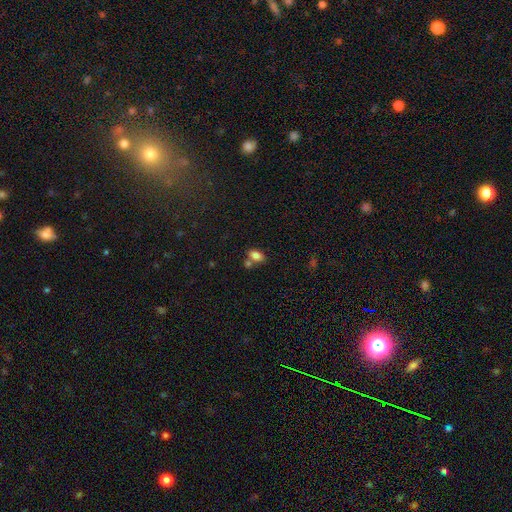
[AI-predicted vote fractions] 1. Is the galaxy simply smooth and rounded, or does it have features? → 81% smooth, 10% star or artifact, 9% featured or disk.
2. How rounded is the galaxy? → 87% in between, 11% round, 2% cigar-shaped.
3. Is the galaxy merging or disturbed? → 52% none, 32% merger, 12% minor disturbance, 4% major disturbance.